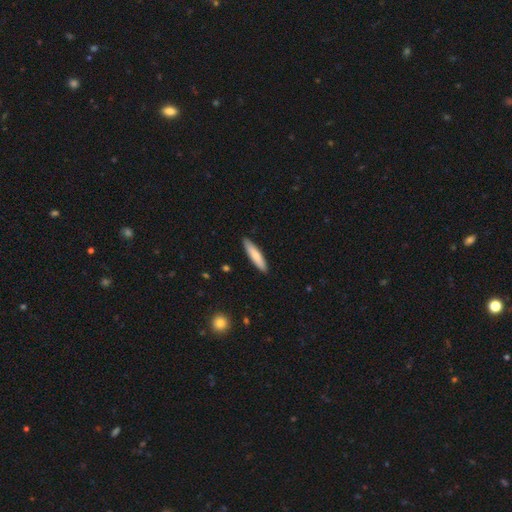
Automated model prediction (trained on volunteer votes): Smooth or featured? smooth (75%)
How rounded? cigar-shaped (83%)
Merging? none (90%)